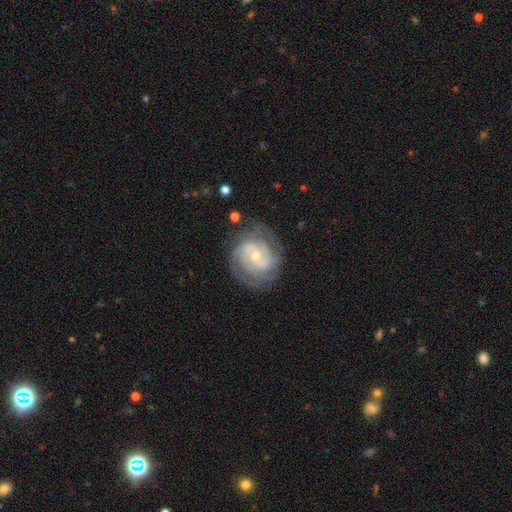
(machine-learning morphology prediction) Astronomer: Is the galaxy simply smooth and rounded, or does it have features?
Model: featured or disk — 87%.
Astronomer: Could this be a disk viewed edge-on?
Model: no — 98%.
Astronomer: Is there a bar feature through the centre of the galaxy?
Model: no — 55% (runner-up: weak, 34%).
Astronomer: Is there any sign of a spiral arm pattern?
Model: yes — 96%.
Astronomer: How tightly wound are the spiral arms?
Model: tight — 66%.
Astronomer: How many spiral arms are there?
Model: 2 — 49%.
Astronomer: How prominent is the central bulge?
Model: small — 61%.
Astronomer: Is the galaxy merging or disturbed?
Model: none — 77%.